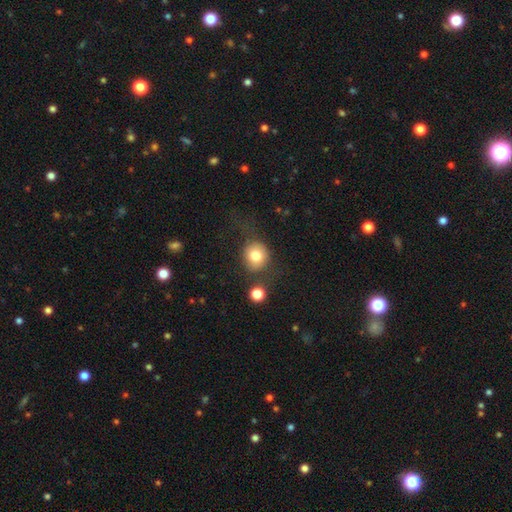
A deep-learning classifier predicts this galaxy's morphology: A smooth galaxy with no disk features (78%) that is round (85%). Merging: none (64%).